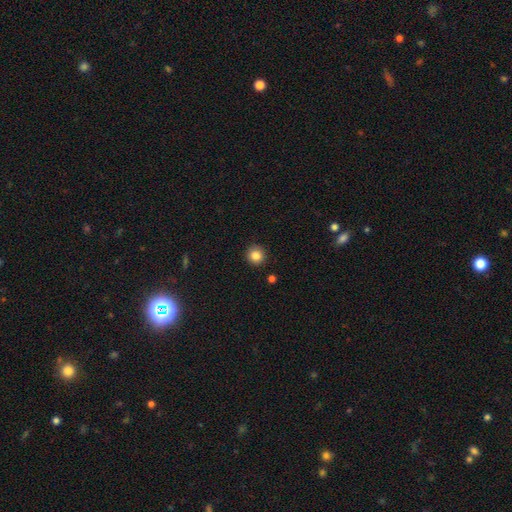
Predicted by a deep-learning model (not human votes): Q: Smooth or featured?
A: smooth (84%); runner-up: star or artifact (11%)
Q: How rounded?
A: round (94%); runner-up: in between (6%)
Q: Merging?
A: none (91%); runner-up: minor disturbance (6%)